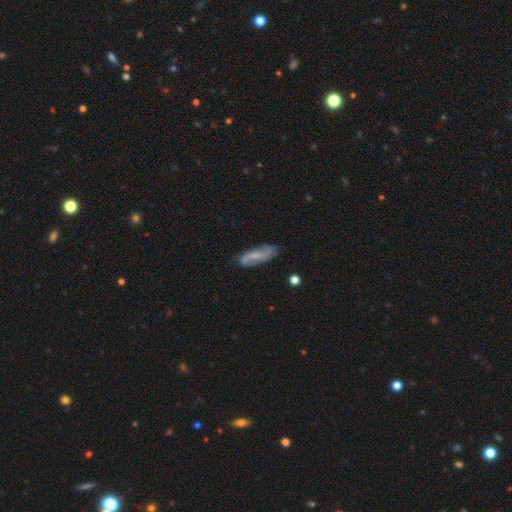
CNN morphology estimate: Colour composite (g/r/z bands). It shows a featured or disk galaxy (63%) with no bar (42%, tied with weak), spiral arms (89%) and a small central bulge (57%). Merging: none (76%).